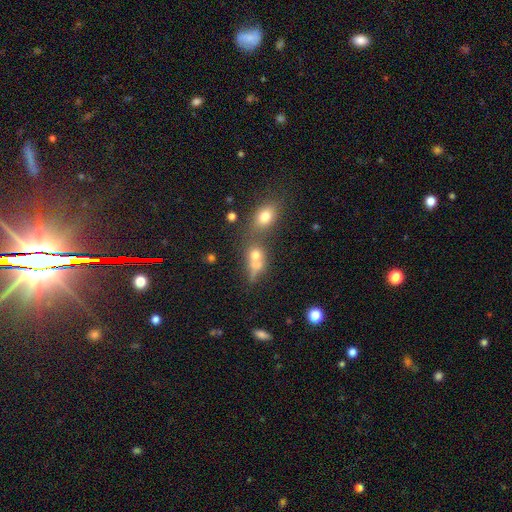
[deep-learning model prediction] The model was most divided on "how rounded": round: 55%, in between: 40%, cigar-shaped: 6%. More confident: smooth or featured — smooth (64%); merging — merger (54%).